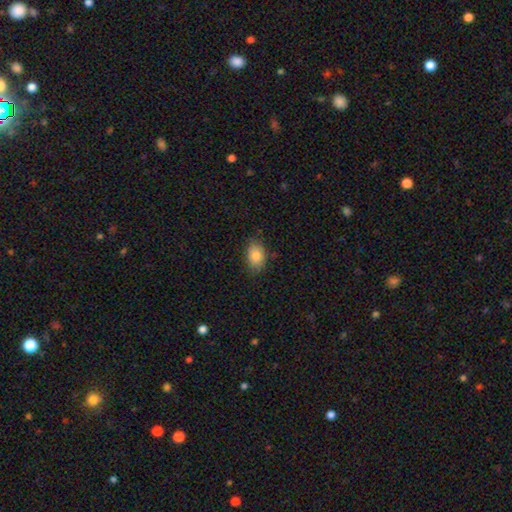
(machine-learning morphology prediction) The model was most divided on "merging": none: 79%, minor disturbance: 17%, major disturbance: 3%, merger: 1%. More confident: smooth or featured — smooth (84%); how rounded — in between (82%).